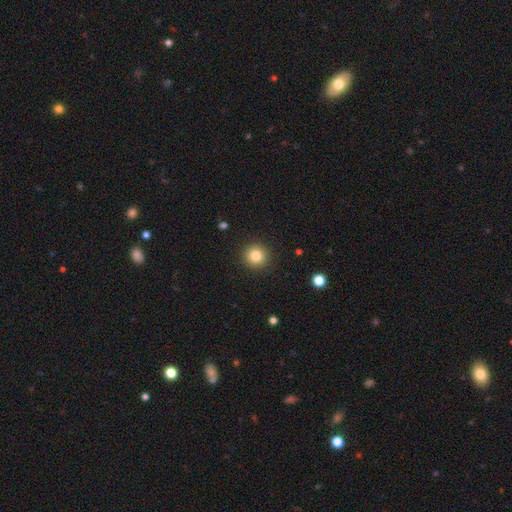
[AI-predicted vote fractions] A smooth galaxy with no disk features (82%) that is round (94%).

Vote fractions:
- Smooth or featured? smooth: 82% / star or artifact: 11% / featured or disk: 7%
- How rounded? round: 94% / in between: 5% / cigar-shaped: 1%
- Merging? none: 91% / minor disturbance: 6% / major disturbance: 2% / merger: 1%